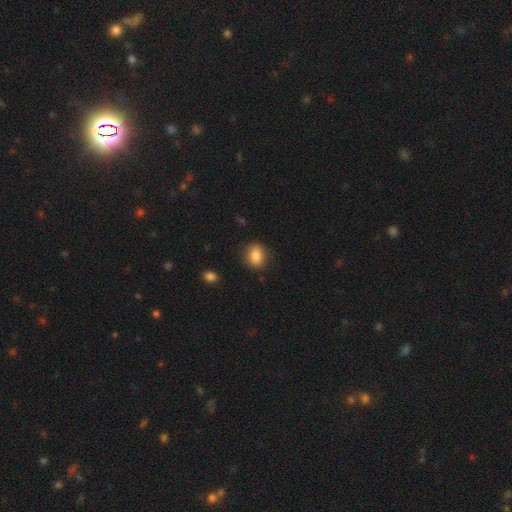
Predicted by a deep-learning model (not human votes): Morphology: type=smooth (85%); roundness=in between (50%); merging=none (84%).